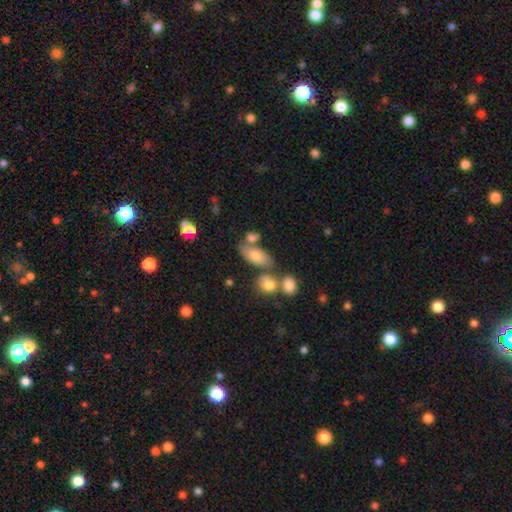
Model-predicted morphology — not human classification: Overall: smooth (75%). How rounded: in between (88%). Merging: none (49%; merger 26%).